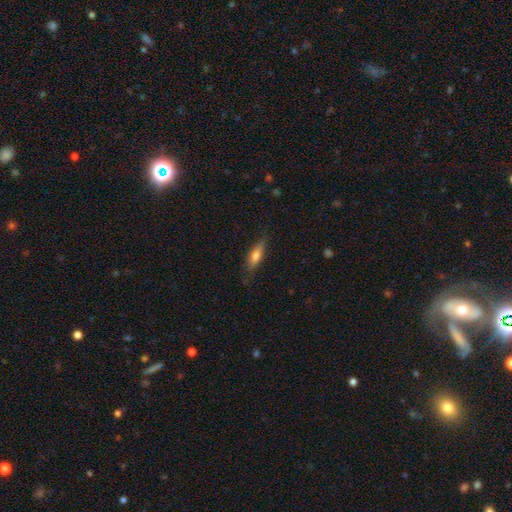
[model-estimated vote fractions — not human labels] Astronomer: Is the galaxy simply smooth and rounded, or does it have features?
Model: smooth — 64%.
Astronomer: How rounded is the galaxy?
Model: in between — 50% (runner-up: cigar-shaped, 47%).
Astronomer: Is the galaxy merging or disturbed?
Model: none — 74%.